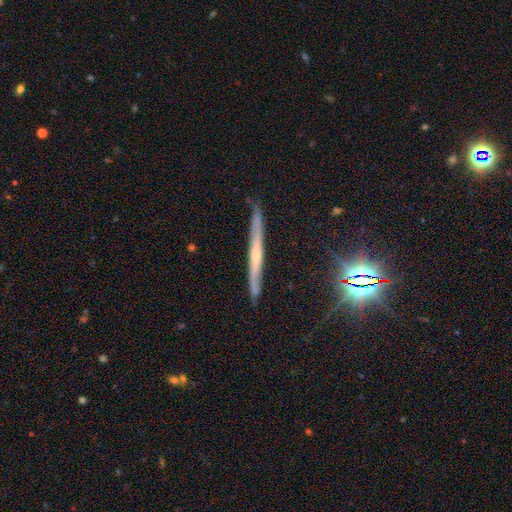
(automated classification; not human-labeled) This appears to be a featured or disk galaxy (62%) viewed edge-on (95%) with no central bulge (54%). Merging: none (85%).